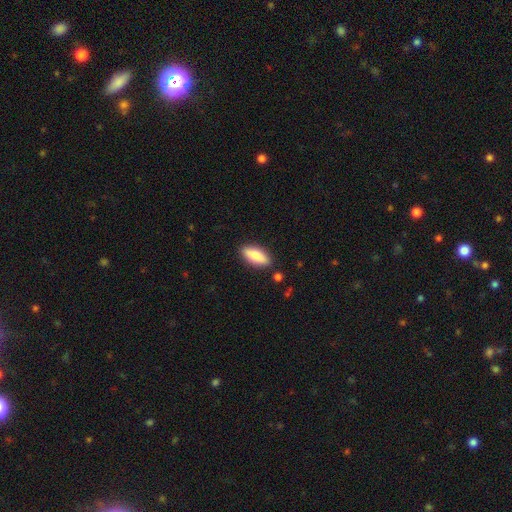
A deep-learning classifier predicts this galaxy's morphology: smooth_or_featured: smooth (p=0.79) [alt: featured or disk p=0.15]
how_rounded: in between (p=0.70) [alt: cigar-shaped p=0.28]
merging: none (p=0.87) [alt: minor disturbance p=0.09]